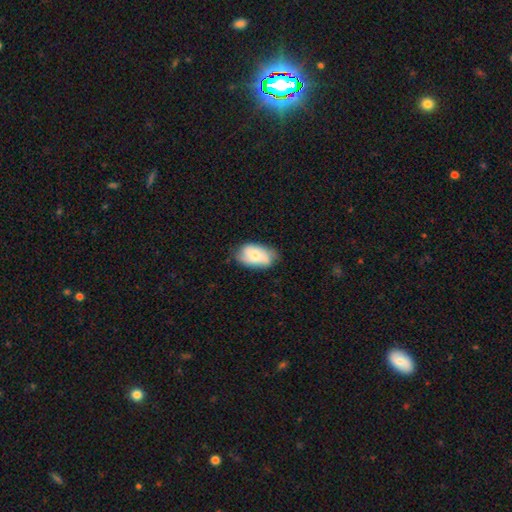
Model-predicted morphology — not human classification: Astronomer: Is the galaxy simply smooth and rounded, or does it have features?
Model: smooth — 65%.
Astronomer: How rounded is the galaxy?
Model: in between — 92%.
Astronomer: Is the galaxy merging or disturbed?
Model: none — 63%.